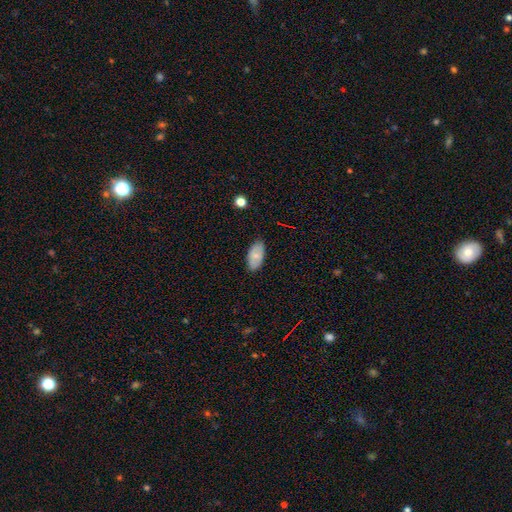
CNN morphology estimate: smooth 75%, featured or disk 17%, star or artifact 7%. Down the decision tree: how rounded — in between (94%); merging — none (82%).